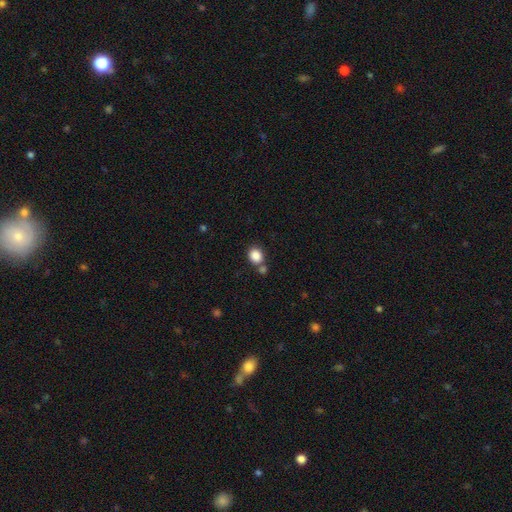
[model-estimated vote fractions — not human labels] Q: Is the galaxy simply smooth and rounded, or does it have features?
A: smooth — 86%.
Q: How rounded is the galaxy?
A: round — 61%.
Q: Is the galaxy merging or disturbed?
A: none — 62%.